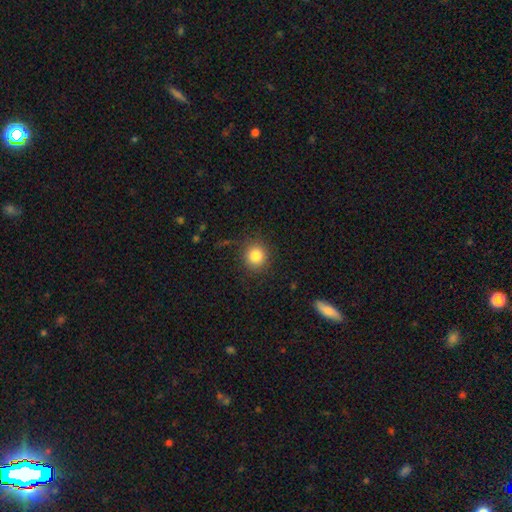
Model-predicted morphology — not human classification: The model was most divided on "smooth or featured": smooth: 83%, star or artifact: 11%, featured or disk: 6%. More confident: how rounded — round (91%); merging — none (87%).